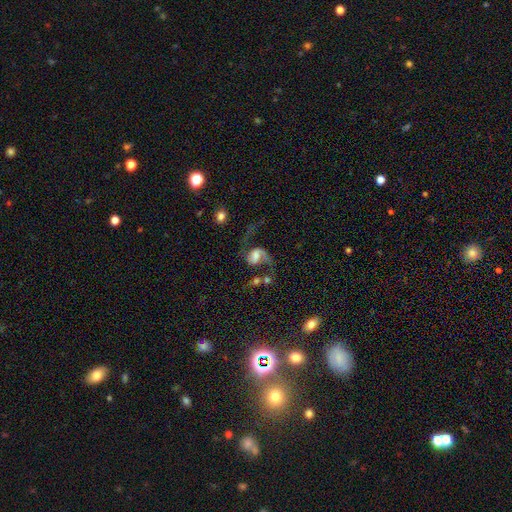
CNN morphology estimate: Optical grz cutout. It shows a featured or disk galaxy (74%) with no bar (43%), 2 (77%) loose (72%) spiral arms (91%) and a moderate central bulge (34%). Merging: major disturbance (35%).